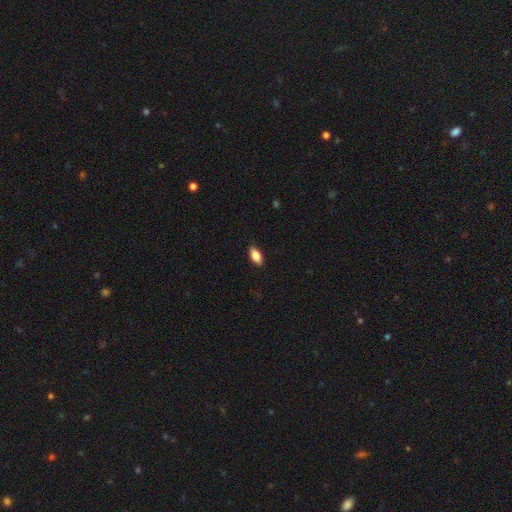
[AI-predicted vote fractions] Q: Smooth or featured?
A: smooth (82%); runner-up: featured or disk (11%)
Q: How rounded?
A: in between (87%); runner-up: cigar-shaped (10%)
Q: Merging?
A: none (87%); runner-up: minor disturbance (10%)